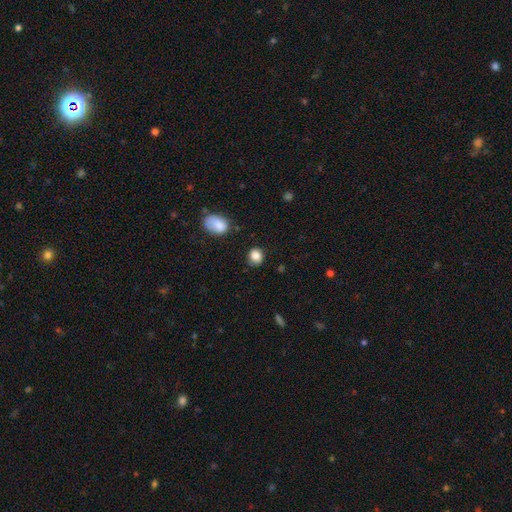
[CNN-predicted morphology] Smooth or featured? Predicted: smooth (p=0.85). How rounded? Predicted: round (p=0.72). Merging? Predicted: none (p=0.71).